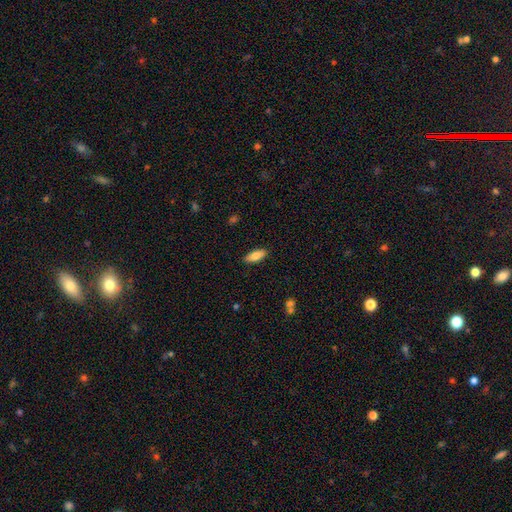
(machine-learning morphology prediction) Smooth or featured? smooth (80%)
How rounded? in between (75%)
Merging? none (88%)